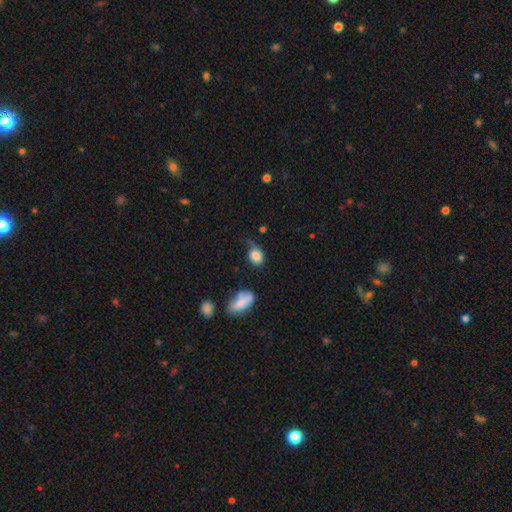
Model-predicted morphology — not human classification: This appears to be a smooth galaxy with no disk features (78%) that is in between round and cigar-shaped (61%). Merging: none (35%).